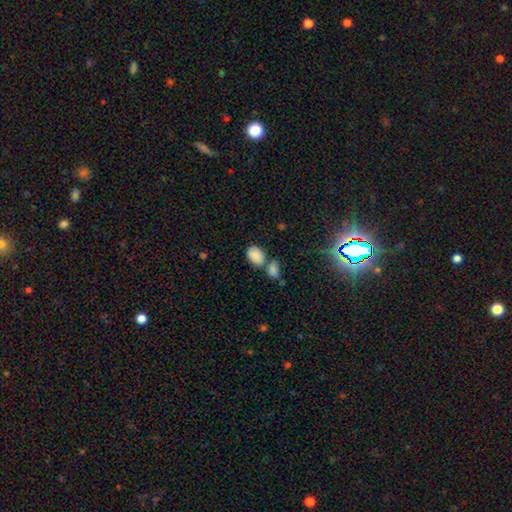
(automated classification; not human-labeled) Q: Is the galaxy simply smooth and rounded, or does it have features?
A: smooth — 85%.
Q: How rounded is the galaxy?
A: in between — 85%.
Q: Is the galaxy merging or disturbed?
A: none — 46%.